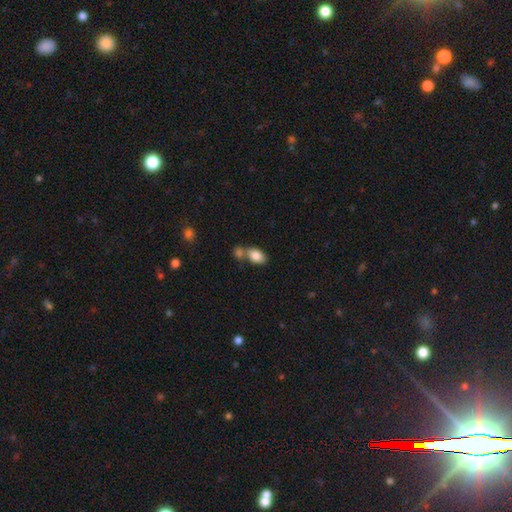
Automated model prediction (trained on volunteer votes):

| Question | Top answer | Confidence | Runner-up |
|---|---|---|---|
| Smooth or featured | smooth | 84% | featured or disk (9%) |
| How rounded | in between | 88% | round (10%) |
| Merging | merger | 43% | none (42%) |